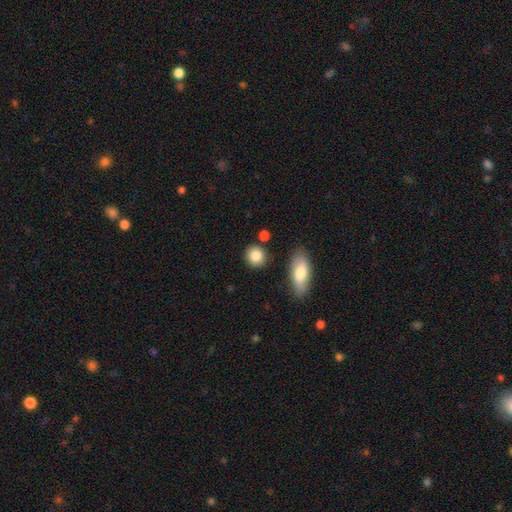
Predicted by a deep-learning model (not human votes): This appears to be a smooth galaxy with no disk features (86%) that is round (80%). Merging: none (82%).